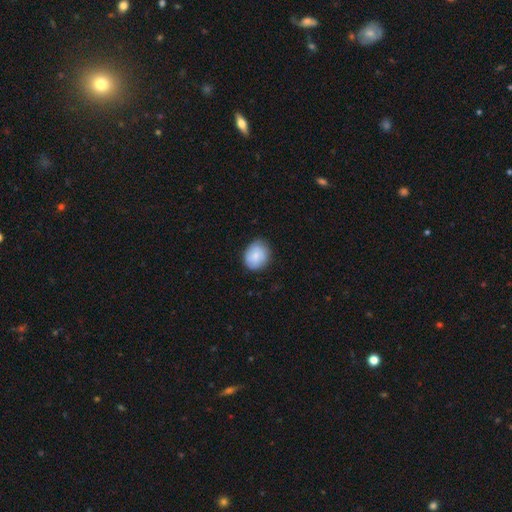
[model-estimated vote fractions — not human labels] A smooth galaxy with no disk features (77%) that is round (60%).

Vote fractions:
- Smooth or featured? smooth: 77% / featured or disk: 16% / star or artifact: 7%
- How rounded? round: 60% / in between: 39% / cigar-shaped: 1%
- Merging? none: 78% / minor disturbance: 18% / major disturbance: 3% / merger: 1%